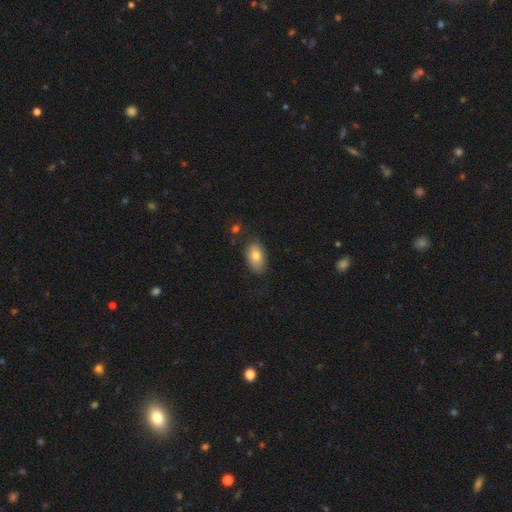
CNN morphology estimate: smooth_or_featured: smooth (p=0.78) [alt: featured or disk p=0.14]
how_rounded: in between (p=0.91) [alt: round p=0.07]
merging: none (p=0.75) [alt: minor disturbance p=0.18]